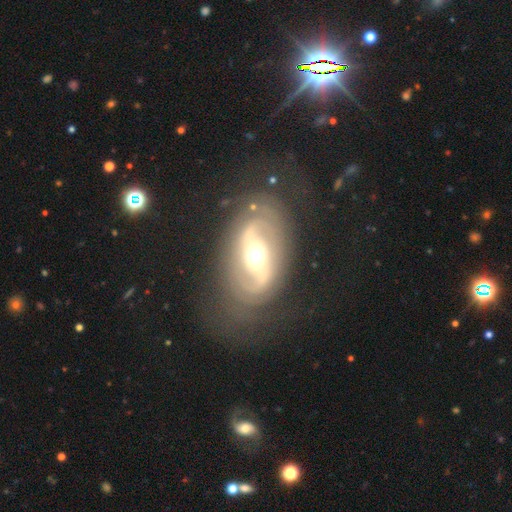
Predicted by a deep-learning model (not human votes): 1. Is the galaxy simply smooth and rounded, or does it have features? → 81% featured or disk, 13% smooth, 6% star or artifact.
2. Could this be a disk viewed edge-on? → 94% no, 6% yes.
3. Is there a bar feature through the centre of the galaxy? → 40% strong, 36% weak, 25% no.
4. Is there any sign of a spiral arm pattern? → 79% yes, 21% no.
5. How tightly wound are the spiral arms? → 38% medium, 35% tight, 26% loose.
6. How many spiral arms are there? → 77% 2, 14% can't tell, 3% 1, 3% 3, 2% 4, 2% more than 4.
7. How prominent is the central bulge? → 67% moderate, 18% small, 12% large, 2% dominant, 1% none.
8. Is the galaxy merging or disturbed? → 70% none, 16% minor disturbance, 12% major disturbance, 2% merger.